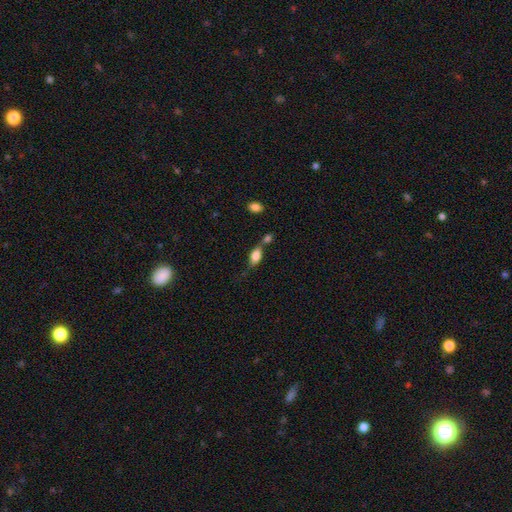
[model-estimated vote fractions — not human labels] A smooth galaxy with no disk features (74%) that is in between round and cigar-shaped (82%).

Vote fractions:
- Smooth or featured? smooth: 74% / featured or disk: 18% / star or artifact: 9%
- How rounded? in between: 82% / cigar-shaped: 9% / round: 8%
- Merging? none: 44% / merger: 30% / minor disturbance: 18% / major disturbance: 9%